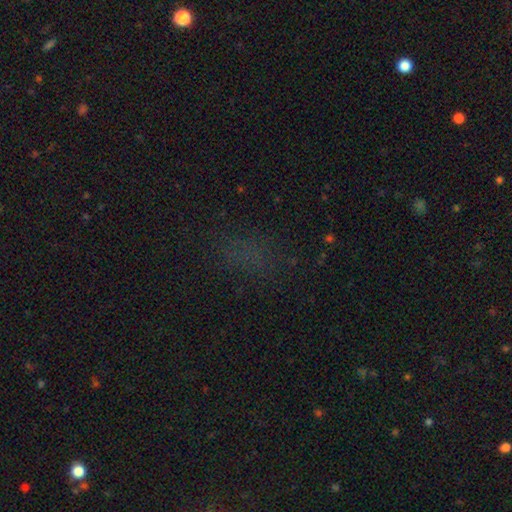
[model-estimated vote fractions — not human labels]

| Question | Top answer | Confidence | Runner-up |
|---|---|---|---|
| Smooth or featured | star or artifact | 46% | smooth (42%) |